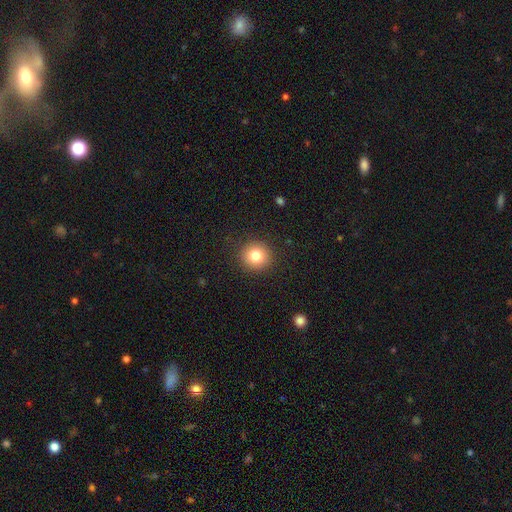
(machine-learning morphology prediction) type=smooth (81%); roundness=round (91%); merging=none (91%).